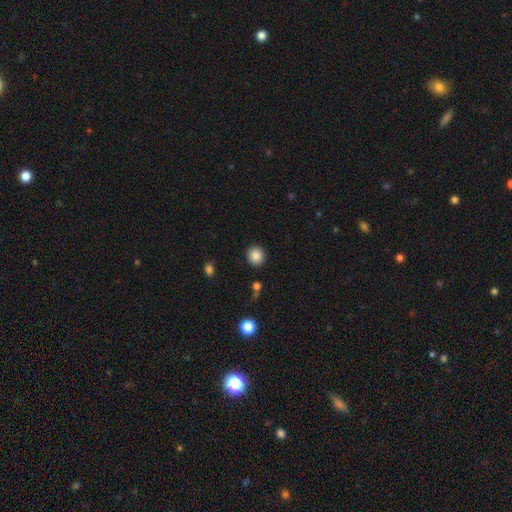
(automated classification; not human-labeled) smooth 87%, star or artifact 9%, featured or disk 4%. Down the decision tree: how rounded — round (89%); merging — none (90%).